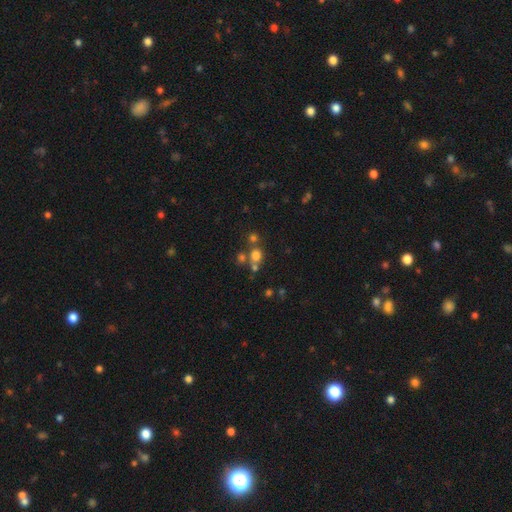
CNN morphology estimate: This appears to be a smooth galaxy with no disk features (69%) that is round (76%). Merging: none (53%).